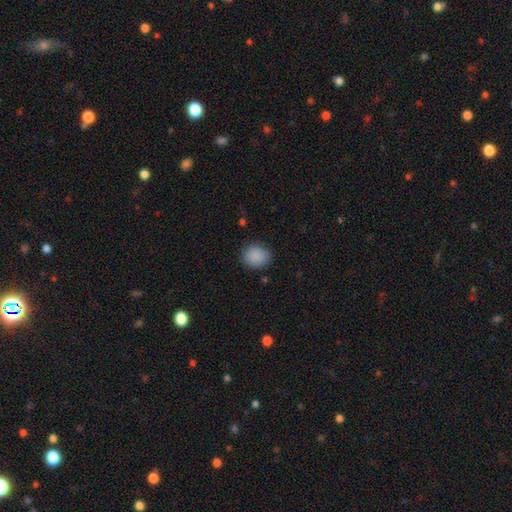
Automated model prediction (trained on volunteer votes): Overall: smooth (88%). How rounded: round (75%). Merging: none (85%).